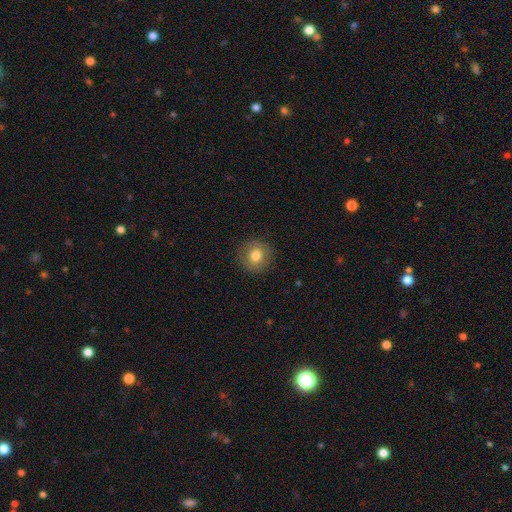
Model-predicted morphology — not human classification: smooth_or_featured: smooth (p=0.78) [alt: featured or disk p=0.13]
how_rounded: round (p=0.92) [alt: in between p=0.07]
merging: none (p=0.89) [alt: minor disturbance p=0.07]